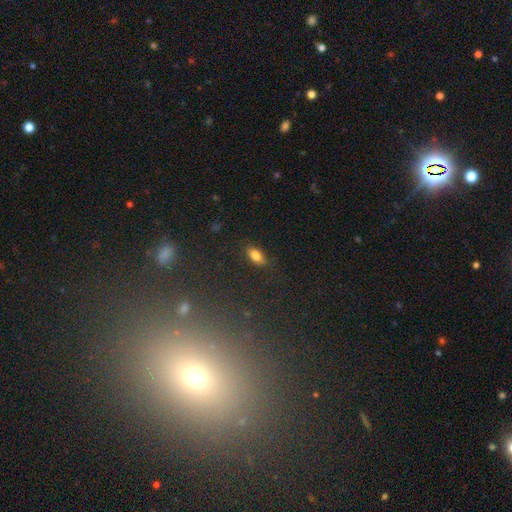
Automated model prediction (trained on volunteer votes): Smooth or featured? smooth (80%)
How rounded? in between (88%)
Merging? none (83%)